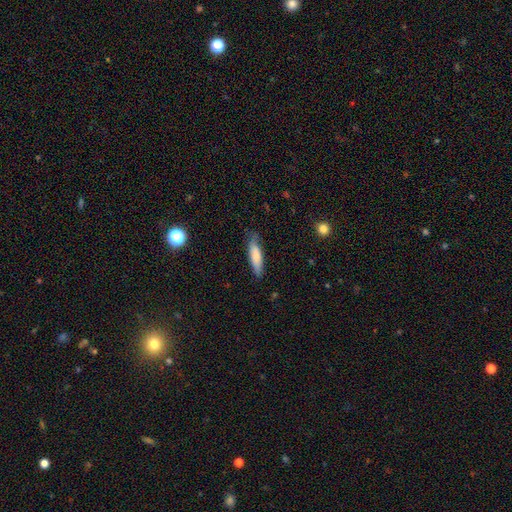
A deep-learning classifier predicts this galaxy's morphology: Smooth or featured?
  - smooth: 76% *
  - featured or disk: 18%
  - star or artifact: 6%
How rounded?
  - cigar-shaped: 66% *
  - in between: 32%
  - round: 1%
Merging?
  - none: 74% *
  - minor disturbance: 21%
  - major disturbance: 4%
  - merger: 1%